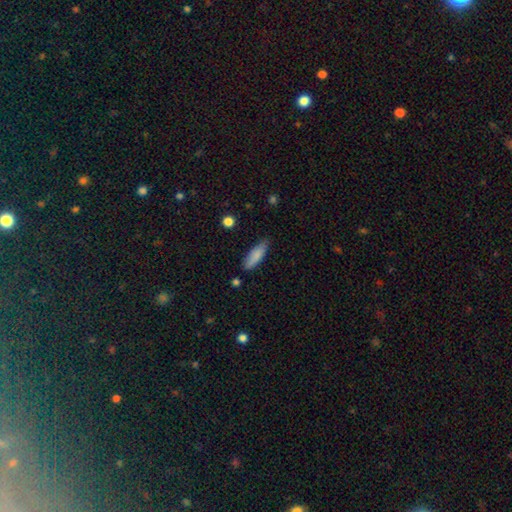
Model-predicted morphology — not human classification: This is clearly a smooth galaxy (84%). How rounded: possibly cigar-shaped (51%). Merging: likely none (78%).